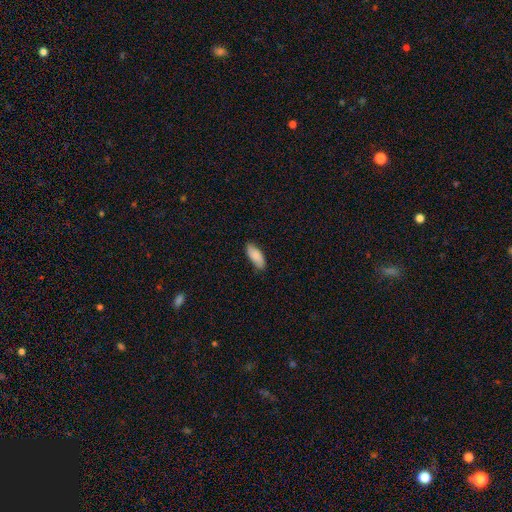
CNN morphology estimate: This is clearly a smooth galaxy (85%). How rounded: likely in between (80%). Merging: likely none (80%).